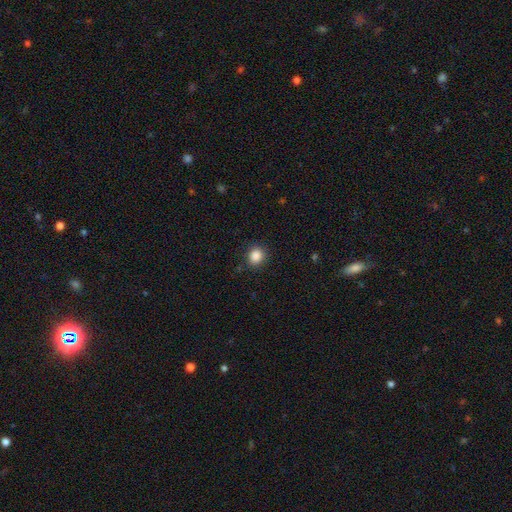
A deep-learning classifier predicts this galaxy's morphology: A smooth galaxy with no disk features (87%) that is round (83%). Merging: none (88%).